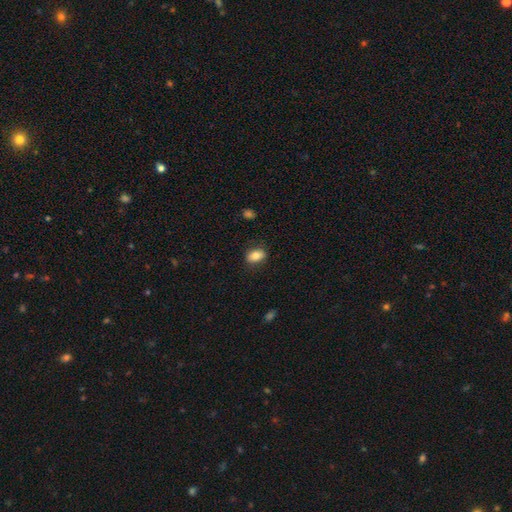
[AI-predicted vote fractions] Smooth or featured? Predicted: smooth (p=0.80). How rounded? Predicted: in between (p=0.82). Merging? Predicted: none (p=0.83).